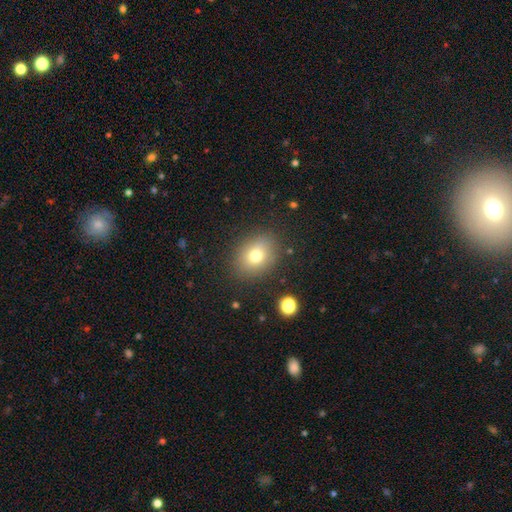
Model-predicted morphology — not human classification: Smooth or featured? smooth (74%)
How rounded? in between (50%)
Merging? none (85%)